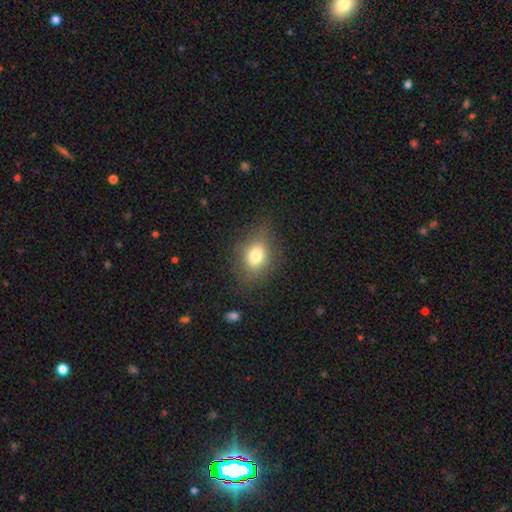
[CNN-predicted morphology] Smooth or featured?
  - smooth: 77% *
  - featured or disk: 13%
  - star or artifact: 11%
How rounded?
  - in between: 60% *
  - round: 39%
  - cigar-shaped: 2%
Merging?
  - none: 76% *
  - minor disturbance: 16%
  - major disturbance: 6%
  - merger: 1%